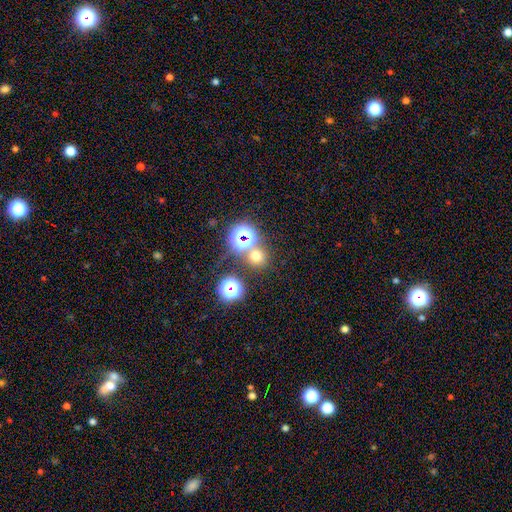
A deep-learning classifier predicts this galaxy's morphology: The model was most divided on "smooth or featured": smooth: 58%, star or artifact: 34%, featured or disk: 8%. More confident: how rounded — round (90%); merging — none (72%).